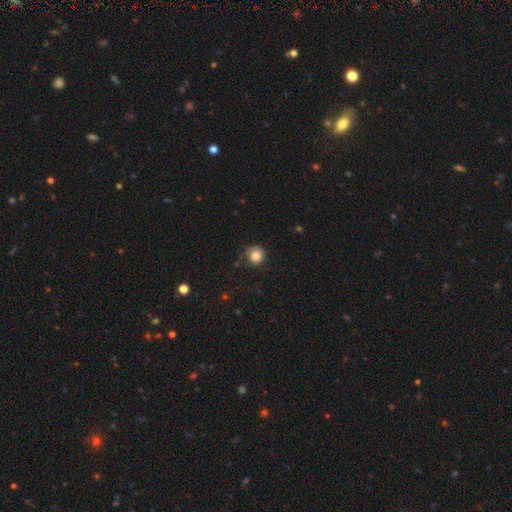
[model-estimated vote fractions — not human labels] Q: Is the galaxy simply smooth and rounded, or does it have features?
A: smooth — 83%.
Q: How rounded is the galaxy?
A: round — 89%.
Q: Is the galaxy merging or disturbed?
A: none — 72%.